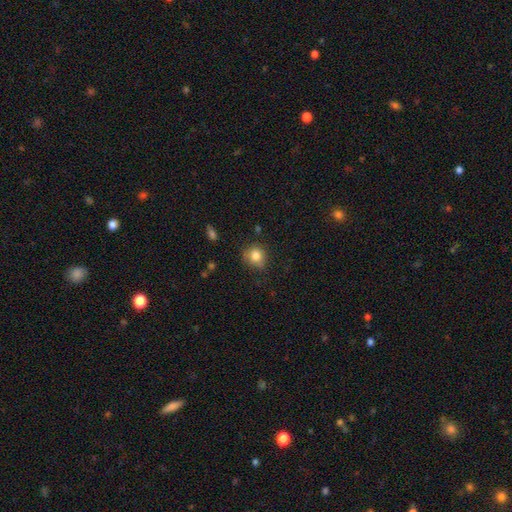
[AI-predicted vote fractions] smooth_or_featured: smooth (p=0.82) [alt: star or artifact p=0.10]
how_rounded: round (p=0.81) [alt: in between p=0.18]
merging: none (p=0.73) [alt: minor disturbance p=0.20]